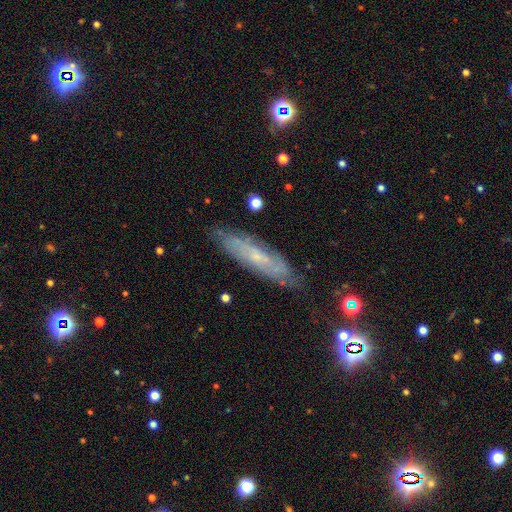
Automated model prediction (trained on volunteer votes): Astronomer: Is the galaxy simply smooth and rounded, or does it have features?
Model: featured or disk — 62%.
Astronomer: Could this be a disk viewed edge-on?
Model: no — 67%.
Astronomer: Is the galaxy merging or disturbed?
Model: none — 76%.